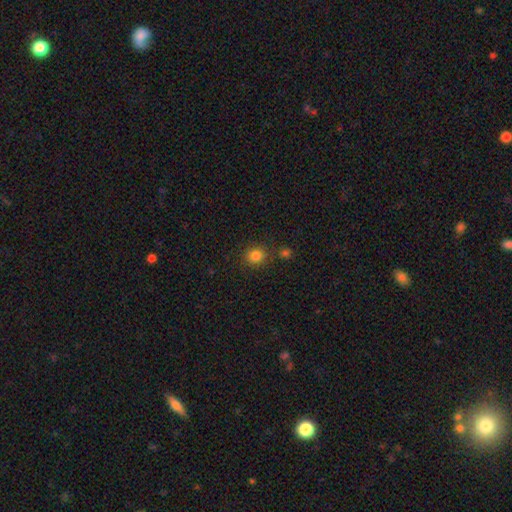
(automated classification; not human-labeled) smooth-or-featured: smooth: 83% | star or artifact: 13% | featured or disk: 5%
  how-rounded: round: 81% | in between: 18% | cigar-shaped: 1%
  merging: none: 81% | minor disturbance: 9% | merger: 6% | major disturbance: 3%